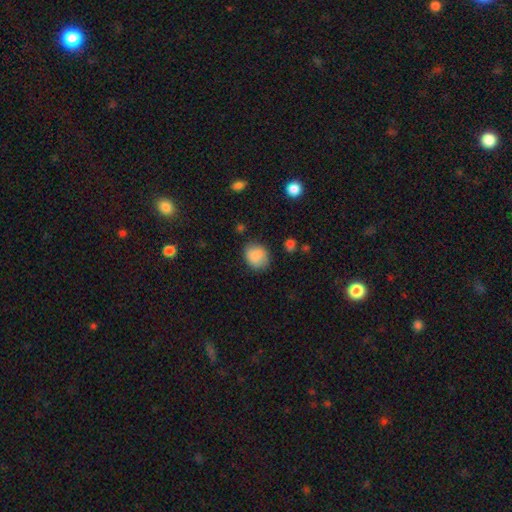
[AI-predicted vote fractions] The model was most divided on "how rounded": round: 66%, in between: 33%, cigar-shaped: 1%. More confident: smooth or featured — smooth (86%); merging — none (75%).